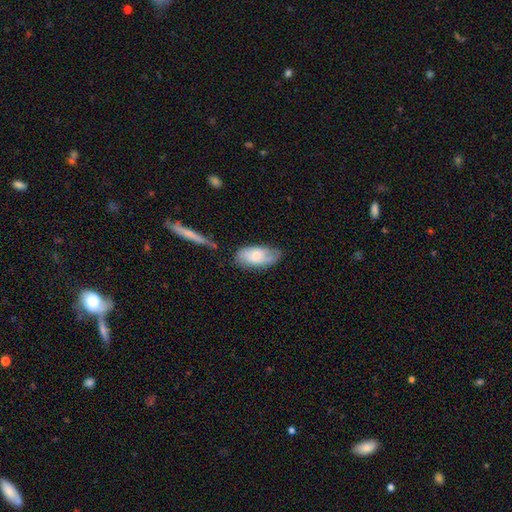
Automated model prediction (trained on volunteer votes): smooth 62%, featured or disk 32%, star or artifact 7%. Down the decision tree: how rounded — in between (91%); merging — none (58%).